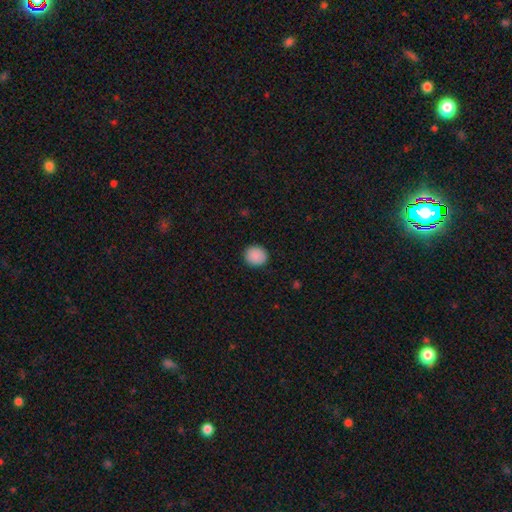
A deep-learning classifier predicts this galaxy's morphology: Smooth or featured? Predicted: smooth (p=0.90). How rounded? Predicted: round (p=0.83). Merging? Predicted: none (p=0.91).